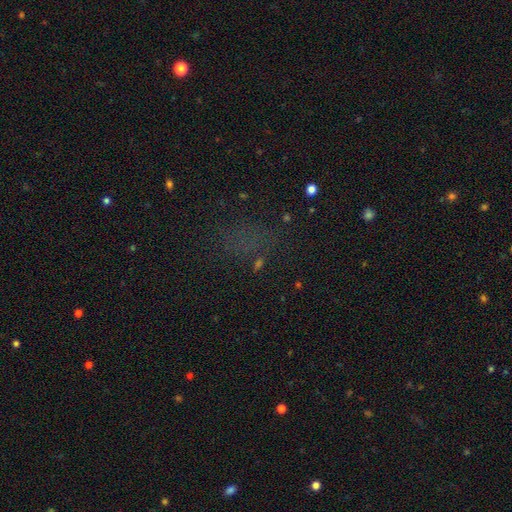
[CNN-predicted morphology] A star or artifact, not a galaxy (45%).